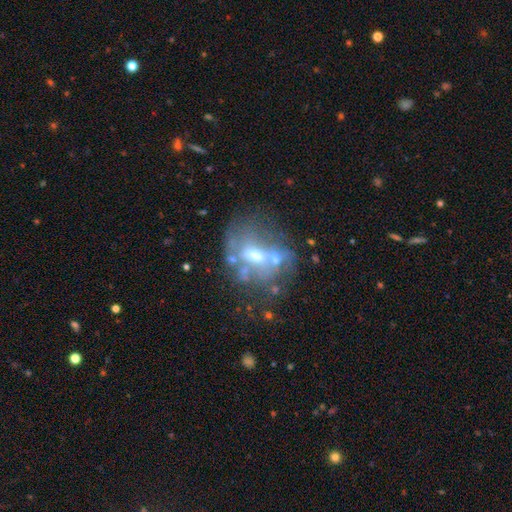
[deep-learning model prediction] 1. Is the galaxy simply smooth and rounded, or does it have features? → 59% featured or disk, 26% smooth, 15% star or artifact.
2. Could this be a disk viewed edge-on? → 94% no, 6% yes.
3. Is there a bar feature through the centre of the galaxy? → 57% no, 29% weak, 14% strong.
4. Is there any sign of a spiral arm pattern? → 82% no, 18% yes.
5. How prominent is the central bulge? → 60% moderate, 24% small, 7% large, 7% none, 2% dominant.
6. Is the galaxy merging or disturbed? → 33% none, 30% merger, 21% major disturbance, 16% minor disturbance.